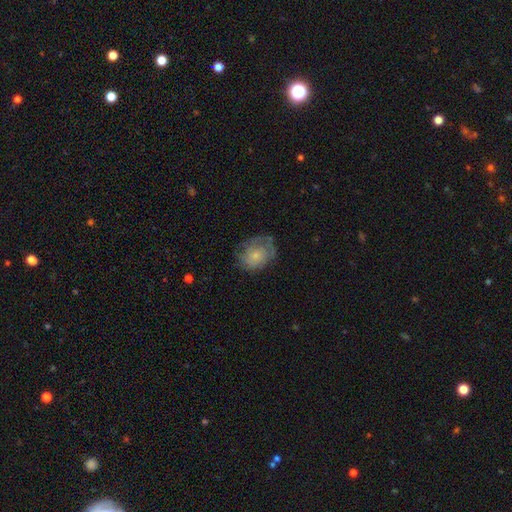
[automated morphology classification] Smooth or featured?
  - featured or disk: 47% *
  - smooth: 46%
  - star or artifact: 8%
Merging?
  - none: 60% *
  - minor disturbance: 25%
  - major disturbance: 14%
  - merger: 1%